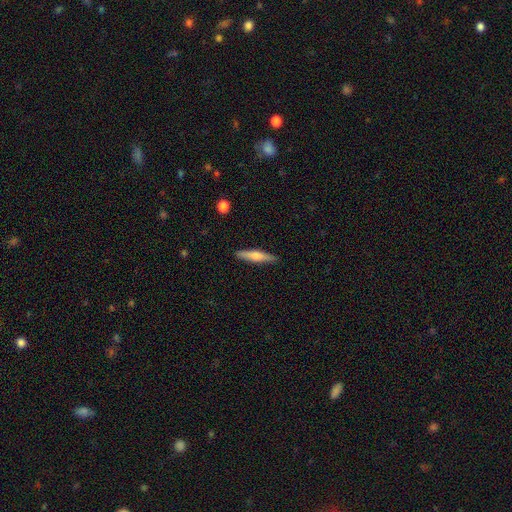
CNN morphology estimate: A smooth galaxy with no disk features (54%) that is cigar-shaped (86%).

Vote fractions:
- Smooth or featured? smooth: 54% / featured or disk: 40% / star or artifact: 6%
- How rounded? cigar-shaped: 86% / in between: 12% / round: 2%
- Merging? none: 89% / minor disturbance: 8% / major disturbance: 2% / merger: 1%